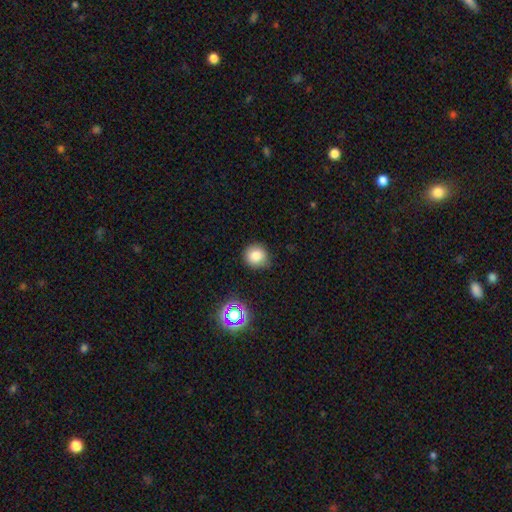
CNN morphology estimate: A smooth galaxy with no disk features (81%) that is round (89%). Merging: none (83%).